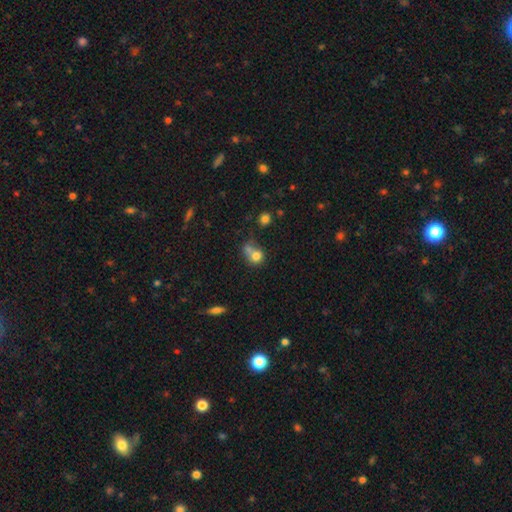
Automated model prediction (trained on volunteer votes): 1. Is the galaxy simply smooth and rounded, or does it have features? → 76% smooth, 13% featured or disk, 11% star or artifact.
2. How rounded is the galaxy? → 70% round, 29% in between, 1% cigar-shaped.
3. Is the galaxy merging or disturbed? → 50% merger, 31% none, 12% minor disturbance, 7% major disturbance.